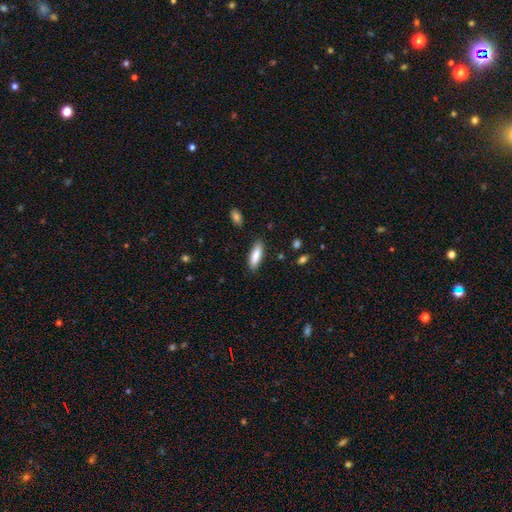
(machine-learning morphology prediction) smooth 84%, featured or disk 9%, star or artifact 6%. Down the decision tree: how rounded — in between (49%, tied with cigar-shaped); merging — none (85%).